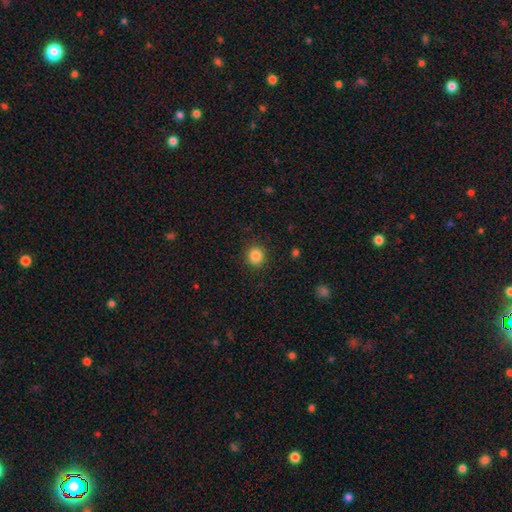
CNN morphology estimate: Q: Smooth or featured?
A: smooth (85%); runner-up: star or artifact (11%)
Q: How rounded?
A: round (89%); runner-up: in between (10%)
Q: Merging?
A: none (89%); runner-up: minor disturbance (7%)